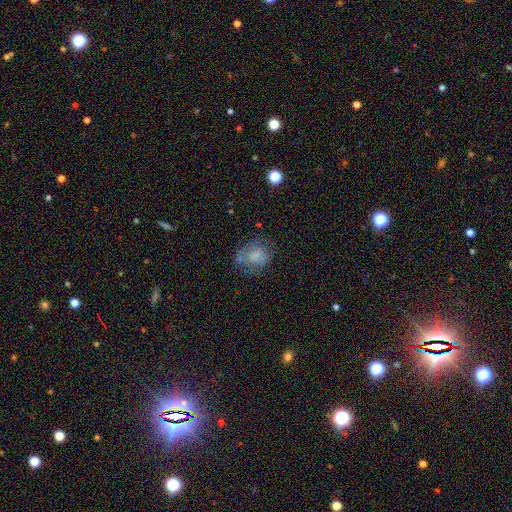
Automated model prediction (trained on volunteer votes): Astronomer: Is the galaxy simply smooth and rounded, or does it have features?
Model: smooth — 64%.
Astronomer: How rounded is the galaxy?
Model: in between — 50% (runner-up: round, 49%).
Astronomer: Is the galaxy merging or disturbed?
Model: none — 49% (runner-up: minor disturbance, 27%).